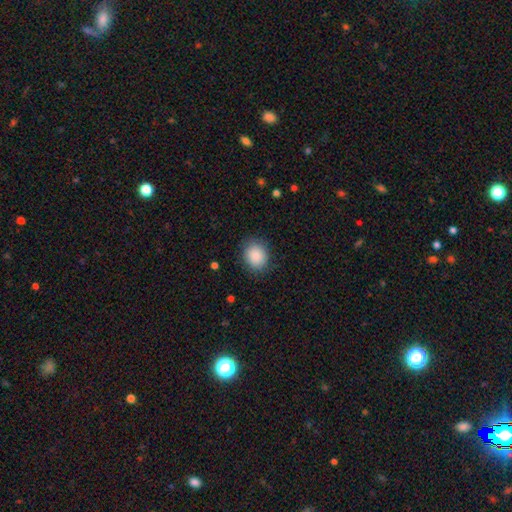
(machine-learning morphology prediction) smooth 88%, star or artifact 7%, featured or disk 4%. Down the decision tree: how rounded — round (62%); merging — none (85%).